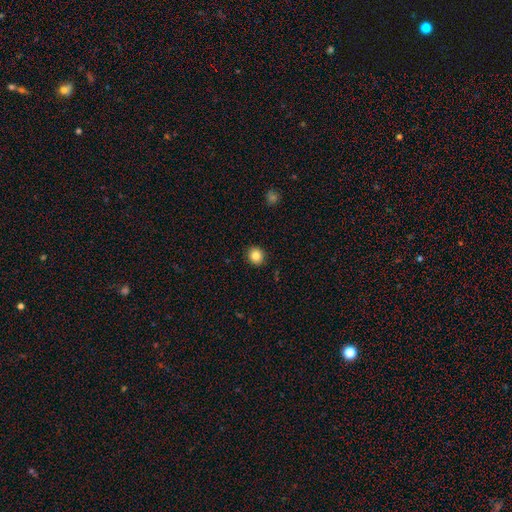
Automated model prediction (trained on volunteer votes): Smooth or featured? Predicted: smooth (p=0.84). How rounded? Predicted: round (p=0.83). Merging? Predicted: none (p=0.91).